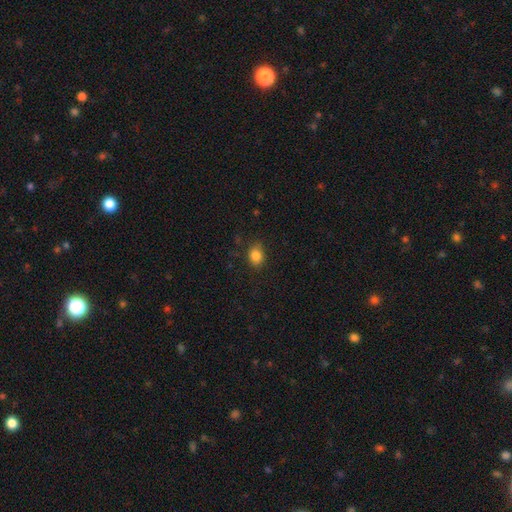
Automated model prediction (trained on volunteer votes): Smooth or featured?
  - smooth: 84% *
  - star or artifact: 11%
  - featured or disk: 5%
How rounded?
  - round: 51% *
  - in between: 48%
  - cigar-shaped: 1%
Merging?
  - none: 82% *
  - minor disturbance: 14%
  - major disturbance: 3%
  - merger: 1%